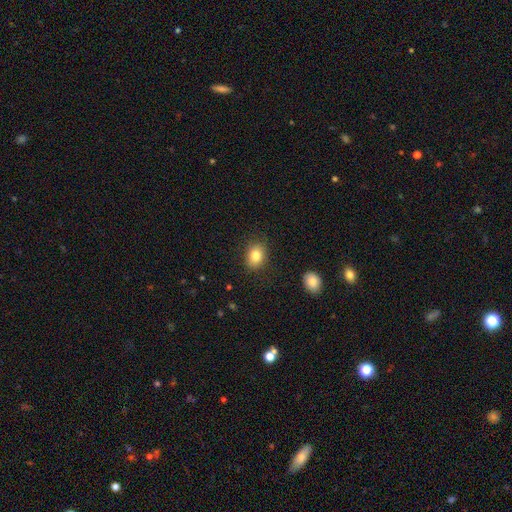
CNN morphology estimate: smooth_or_featured: smooth (p=0.83) [alt: star or artifact p=0.09]
how_rounded: in between (p=0.63) [alt: round p=0.36]
merging: none (p=0.86) [alt: minor disturbance p=0.10]